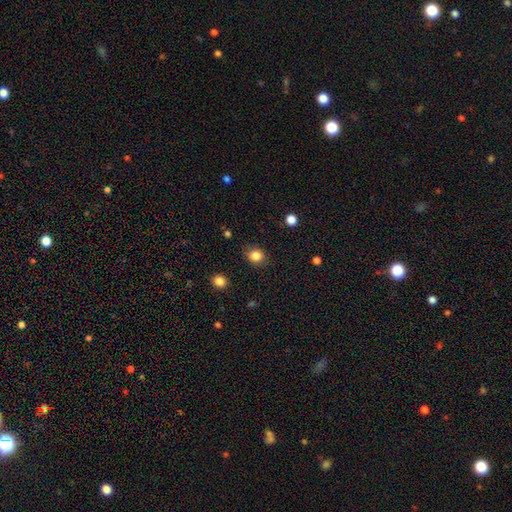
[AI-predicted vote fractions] Smooth or featured? smooth (84%)
How rounded? round (66%)
Merging? none (85%)